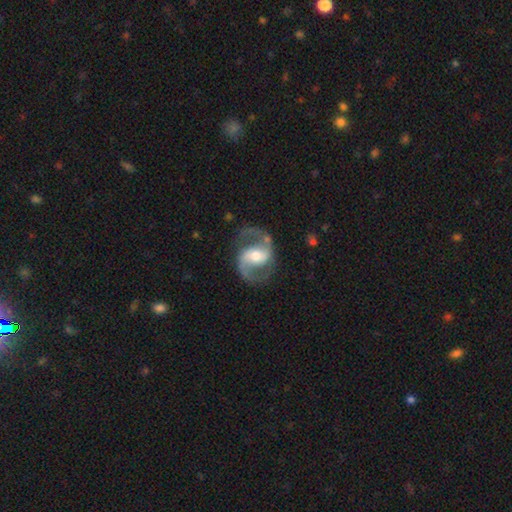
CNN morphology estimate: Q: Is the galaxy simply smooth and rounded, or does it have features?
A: featured or disk — 90%.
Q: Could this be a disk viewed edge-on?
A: no — 98%.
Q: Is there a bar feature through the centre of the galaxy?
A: weak — 45%.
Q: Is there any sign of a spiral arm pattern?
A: yes — 96%.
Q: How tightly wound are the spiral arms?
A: medium — 57%.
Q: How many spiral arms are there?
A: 2 — 94%.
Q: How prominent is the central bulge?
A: moderate — 66%.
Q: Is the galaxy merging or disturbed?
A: none — 78%.